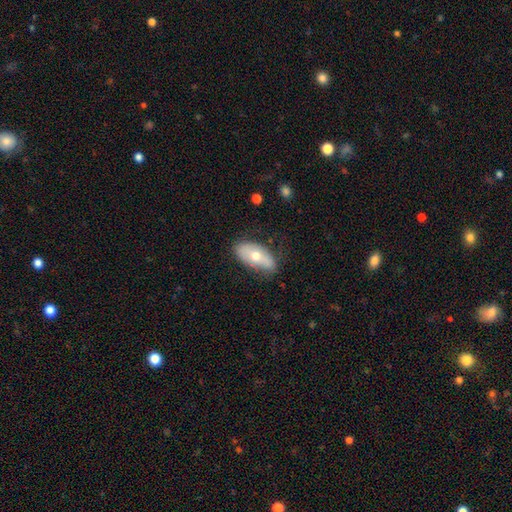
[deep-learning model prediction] This appears to be a smooth galaxy with no disk features (57%) that is in between round and cigar-shaped (90%). Merging: none (68%).